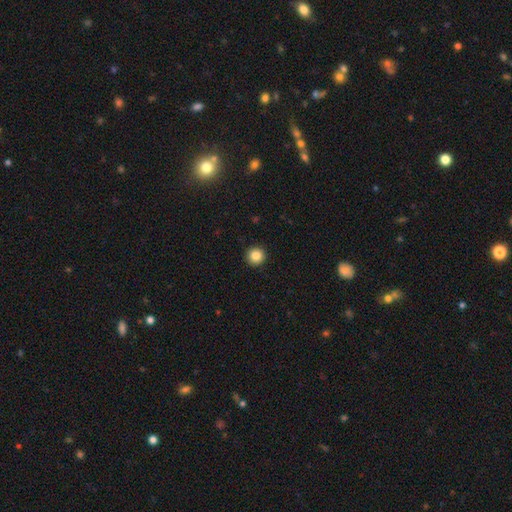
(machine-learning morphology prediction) Overall: smooth (85%). How rounded: round (95%). Merging: none (93%).